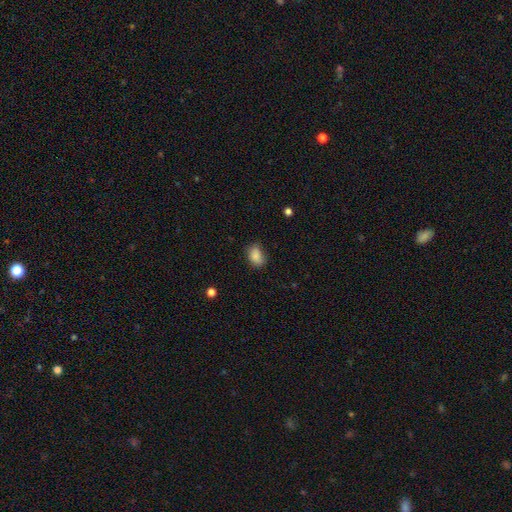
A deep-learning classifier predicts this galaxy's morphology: smooth 86%, star or artifact 9%, featured or disk 5%. Down the decision tree: how rounded — in between (83%); merging — none (64%).